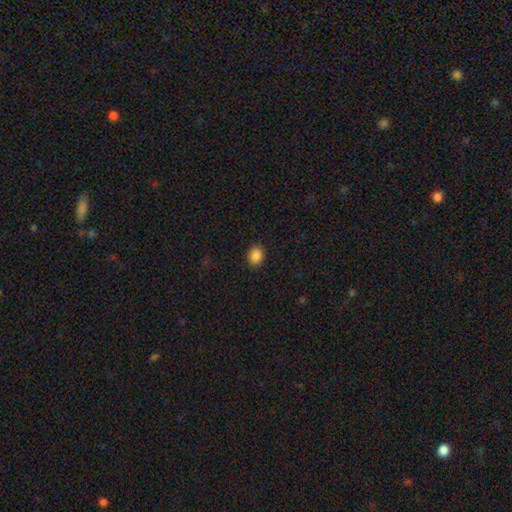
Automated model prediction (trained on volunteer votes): Overall: smooth (87%). How rounded: in between (50%; round 49%). Merging: none (89%).